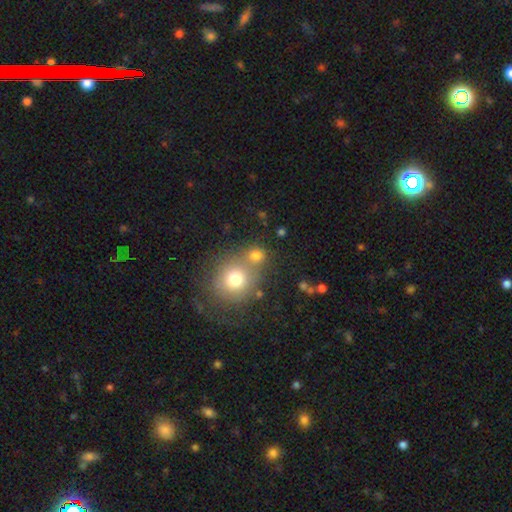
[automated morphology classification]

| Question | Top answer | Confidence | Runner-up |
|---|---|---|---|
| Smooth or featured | smooth | 75% | star or artifact (16%) |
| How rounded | round | 81% | in between (18%) |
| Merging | none | 47% | merger (40%) |